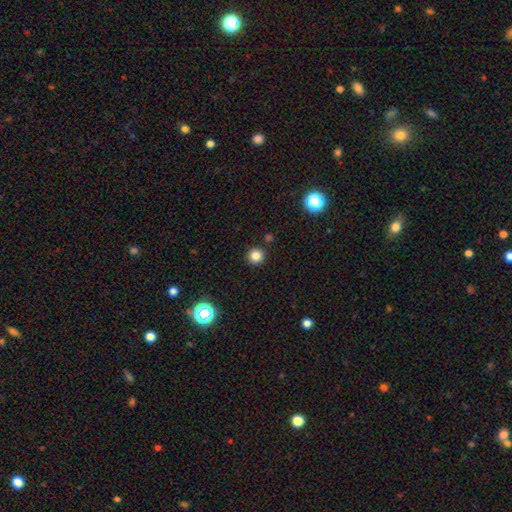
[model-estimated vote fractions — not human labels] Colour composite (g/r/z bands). It shows a smooth galaxy with no disk features (82%) that is round (95%). Merging: none (90%).